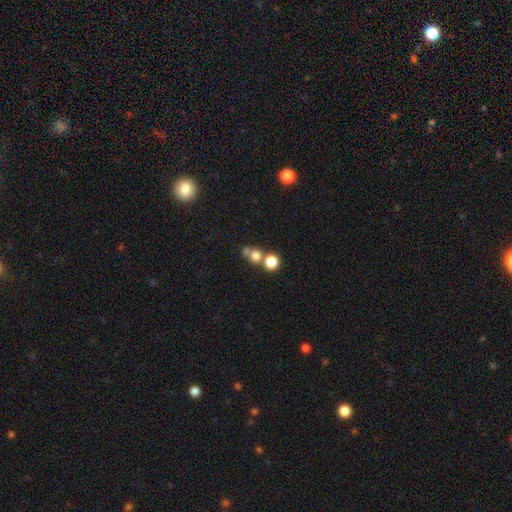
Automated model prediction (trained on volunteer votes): Q: Smooth or featured?
A: smooth (72%); runner-up: star or artifact (17%)
Q: How rounded?
A: round (85%); runner-up: in between (14%)
Q: Merging?
A: none (48%); runner-up: merger (41%)